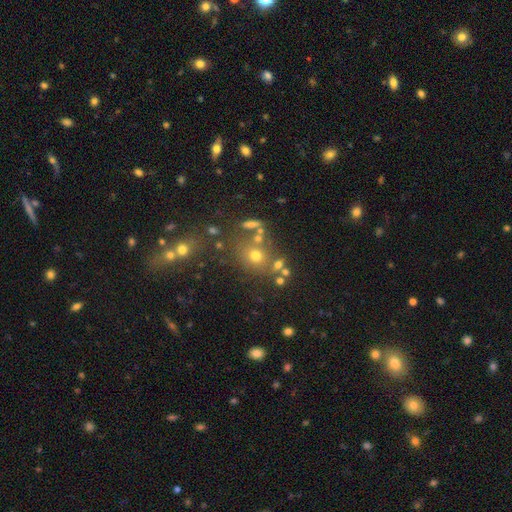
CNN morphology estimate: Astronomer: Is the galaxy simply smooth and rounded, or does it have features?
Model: smooth — 63%.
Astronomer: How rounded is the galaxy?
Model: round — 74%.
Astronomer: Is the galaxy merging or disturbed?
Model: none — 64%.